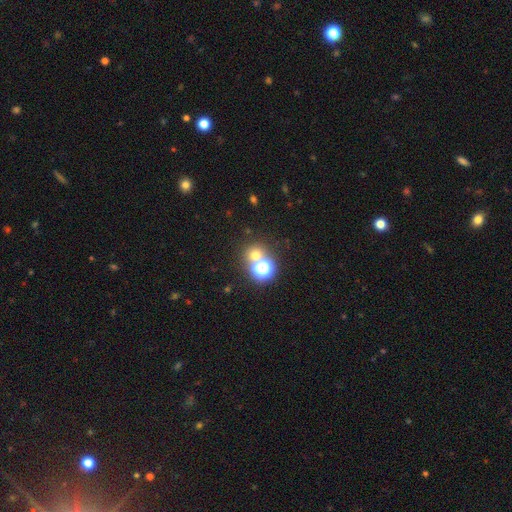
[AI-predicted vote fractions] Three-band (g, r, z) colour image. It shows a smooth galaxy with no disk features (60%) that is round (87%). Merging: none (66%).